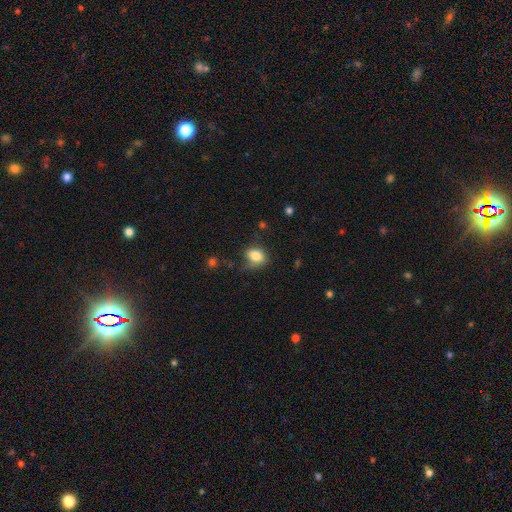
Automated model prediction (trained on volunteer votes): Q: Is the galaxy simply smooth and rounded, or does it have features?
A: smooth — 81%.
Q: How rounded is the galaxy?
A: in between — 64%.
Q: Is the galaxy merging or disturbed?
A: none — 57%.